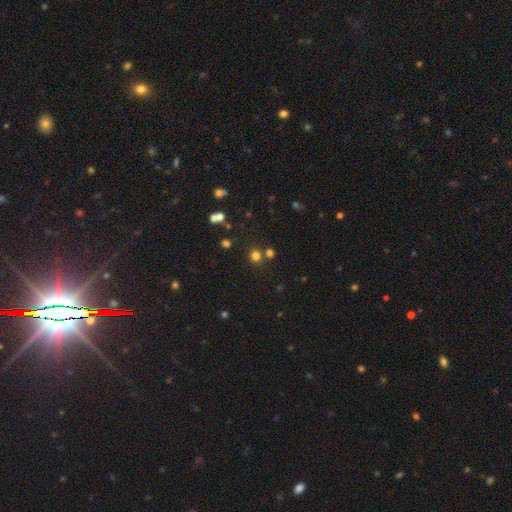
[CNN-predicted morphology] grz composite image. It shows a smooth galaxy with no disk features (72%) that is round (87%). Merging: none (77%).